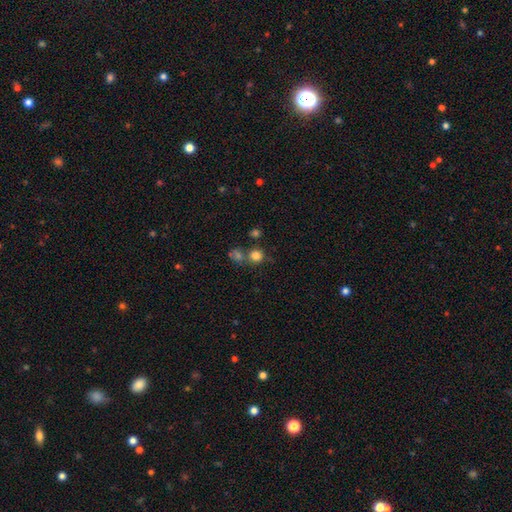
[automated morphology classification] A smooth galaxy with no disk features (78%) that is round (90%). Merging: none (63%).